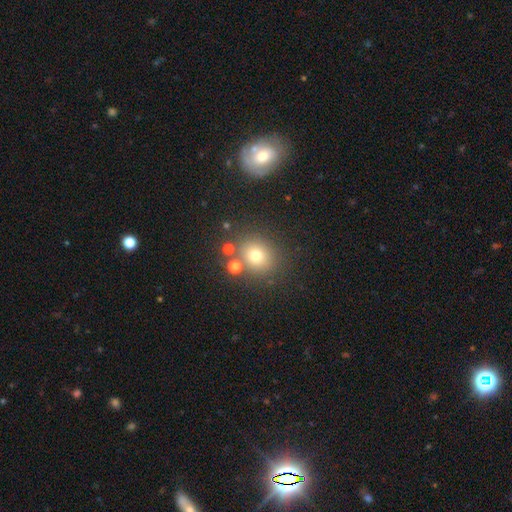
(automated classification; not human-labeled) Smooth or featured? smooth (72%)
How rounded? round (82%)
Merging? none (77%)